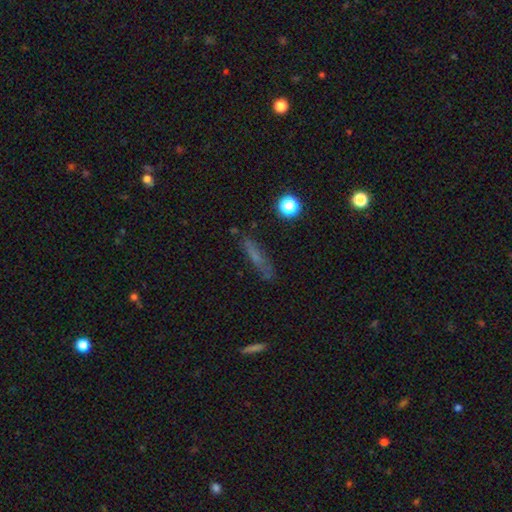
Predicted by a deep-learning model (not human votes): A smooth galaxy with no disk features (50%) that is cigar-shaped (81%). Merging: none (77%).